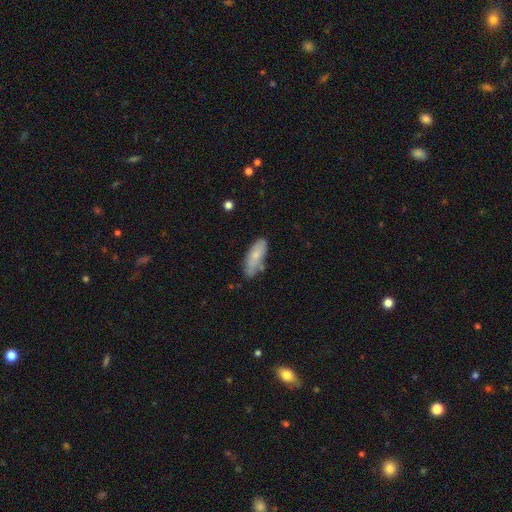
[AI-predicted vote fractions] smooth_or_featured: smooth (p=0.76) [alt: featured or disk p=0.18]
how_rounded: in between (p=0.71) [alt: cigar-shaped p=0.28]
merging: none (p=0.64) [alt: minor disturbance p=0.24]